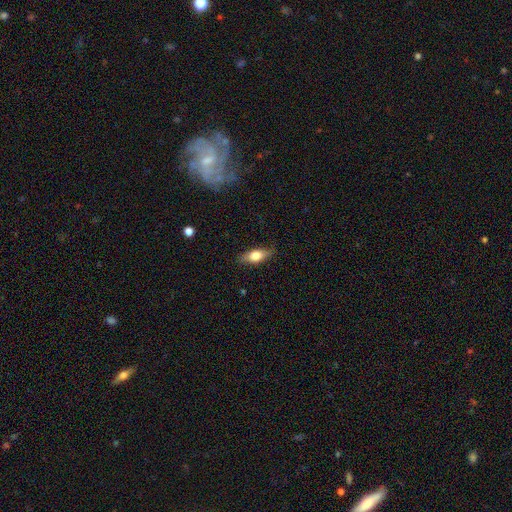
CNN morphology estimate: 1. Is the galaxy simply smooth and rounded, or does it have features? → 63% smooth, 30% featured or disk, 7% star or artifact.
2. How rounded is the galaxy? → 71% in between, 24% cigar-shaped, 5% round.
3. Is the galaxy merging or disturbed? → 83% none, 14% minor disturbance, 3% major disturbance, 1% merger.